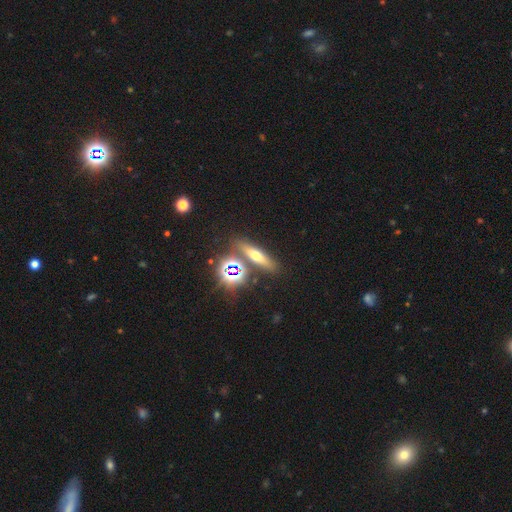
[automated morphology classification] Smooth or featured? smooth (45%)
Merging? none (79%)